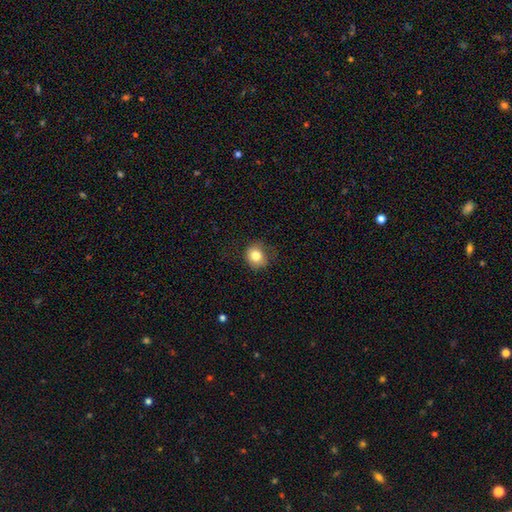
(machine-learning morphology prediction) Smooth or featured: smooth — 79% (star or artifact — 10%)
How rounded: round — 78% (in between — 21%)
Merging: none — 66% (minor disturbance — 23%)